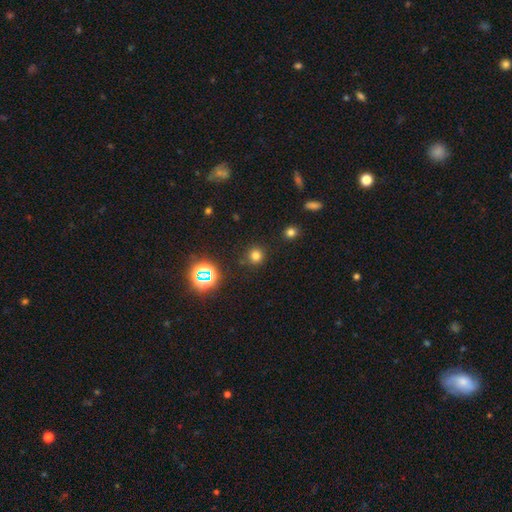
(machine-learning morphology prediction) Smooth or featured: smooth — 72% (star or artifact — 22%)
How rounded: round — 93% (in between — 6%)
Merging: none — 87% (minor disturbance — 7%)